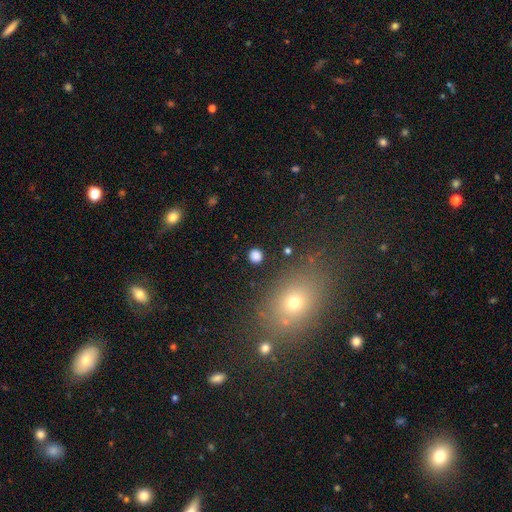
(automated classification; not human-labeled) smooth-or-featured: smooth: 81% | star or artifact: 14% | featured or disk: 5%
  how-rounded: round: 87% | in between: 12% | cigar-shaped: 1%
  merging: none: 89% | minor disturbance: 6% | major disturbance: 3% | merger: 2%